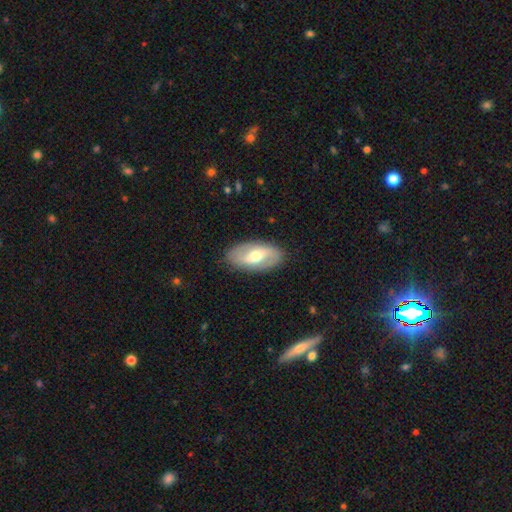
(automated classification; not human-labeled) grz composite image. It shows a featured or disk galaxy (62%) with a weak bar (43%), spiral arms (66%) and a moderate central bulge (70%). Merging: none (86%).